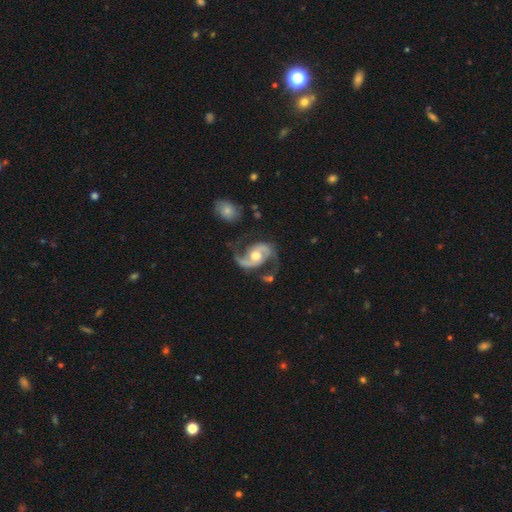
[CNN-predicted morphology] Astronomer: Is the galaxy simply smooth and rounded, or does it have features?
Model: featured or disk — 91%.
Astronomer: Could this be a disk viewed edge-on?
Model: no — 98%.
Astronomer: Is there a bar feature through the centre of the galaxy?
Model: no — 50% (runner-up: weak, 35%).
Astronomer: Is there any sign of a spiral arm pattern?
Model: yes — 97%.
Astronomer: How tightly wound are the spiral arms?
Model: medium — 52% (runner-up: loose, 37%).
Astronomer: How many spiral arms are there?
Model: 2 — 93%.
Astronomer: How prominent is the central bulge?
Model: moderate — 71%.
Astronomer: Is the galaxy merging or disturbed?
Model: none — 63%.